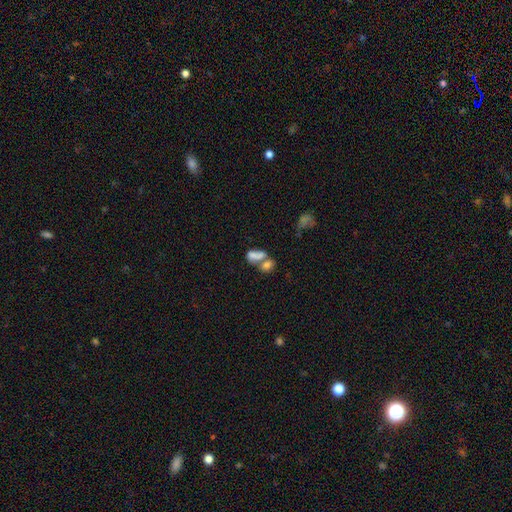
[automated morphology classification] Smooth or featured? smooth (70%)
How rounded? in between (82%)
Merging? merger (68%)